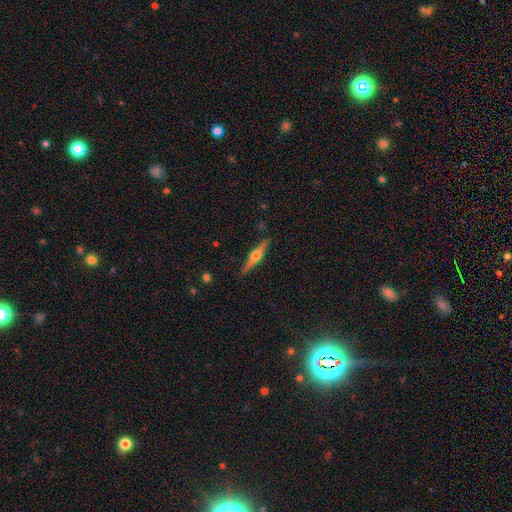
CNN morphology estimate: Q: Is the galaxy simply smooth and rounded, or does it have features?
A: featured or disk — 74%.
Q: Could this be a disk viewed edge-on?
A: yes — 98%.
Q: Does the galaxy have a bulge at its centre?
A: rounded — 92%.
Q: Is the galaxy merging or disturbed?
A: none — 89%.